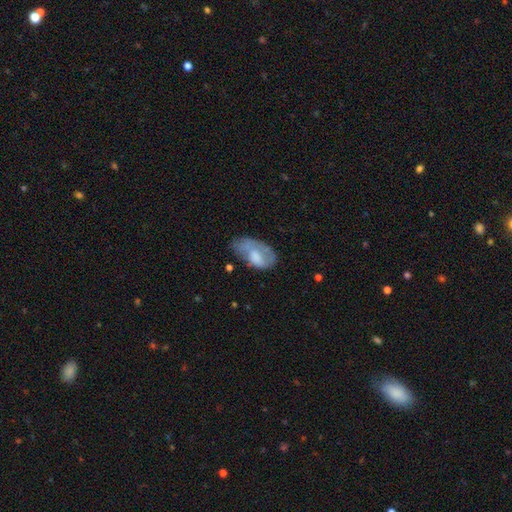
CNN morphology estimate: Overall: smooth (61%; featured or disk 32%). How rounded: in between (92%). Merging: none (35%, tied with minor disturbance).